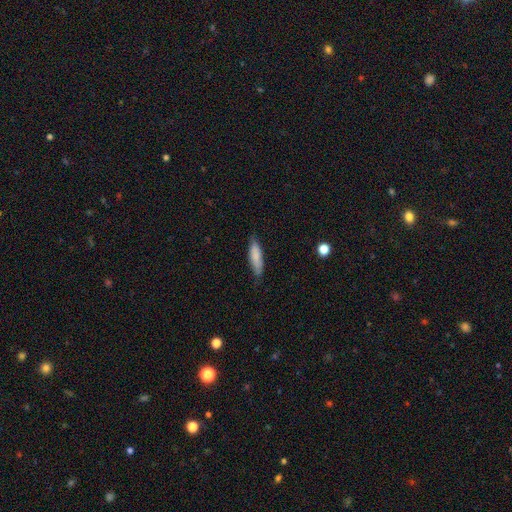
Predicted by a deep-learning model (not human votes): Smooth or featured: smooth — 80% (featured or disk — 14%)
How rounded: cigar-shaped — 61% (in between — 38%)
Merging: none — 76% (minor disturbance — 20%)